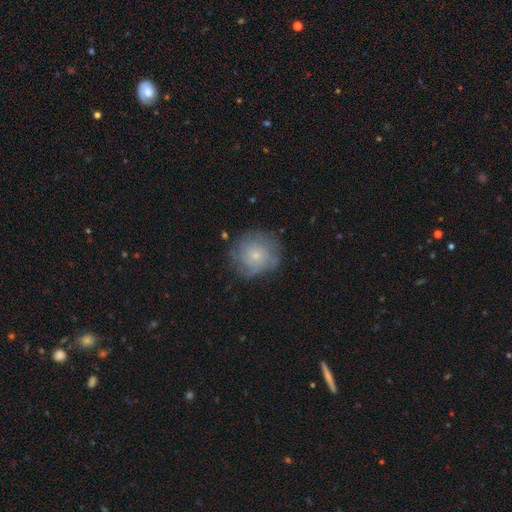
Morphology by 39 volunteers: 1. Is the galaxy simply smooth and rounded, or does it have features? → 59% featured or disk, 38% smooth, 3% star or artifact.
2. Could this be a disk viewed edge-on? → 91% no, 9% yes.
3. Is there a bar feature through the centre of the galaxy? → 86% no, 14% weak, 0% strong.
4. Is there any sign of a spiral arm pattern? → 67% yes, 33% no.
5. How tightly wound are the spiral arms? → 43% medium, 36% tight, 21% loose.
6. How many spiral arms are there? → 50% can't tell, 21% more than 4, 14% 2, 7% 3, 7% 4, 0% 1.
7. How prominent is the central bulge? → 67% small, 19% moderate, 10% large, 5% none, 0% dominant.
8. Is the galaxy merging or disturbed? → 61% none, 21% major disturbance, 18% minor disturbance, 0% merger.